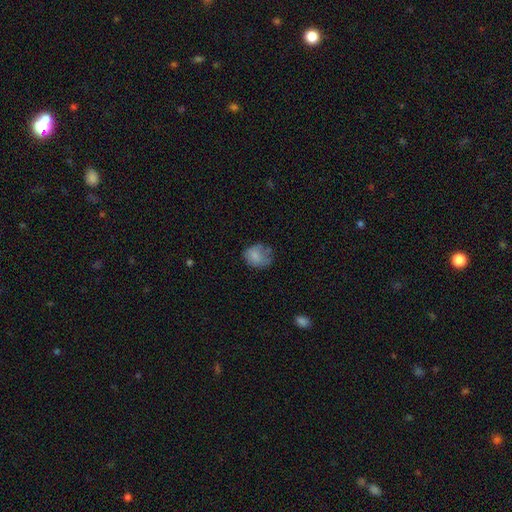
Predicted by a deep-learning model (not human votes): The model was most divided on "how rounded": round: 57%, in between: 42%, cigar-shaped: 1%. Remaining: smooth or featured — smooth (77%); merging — none (49%).